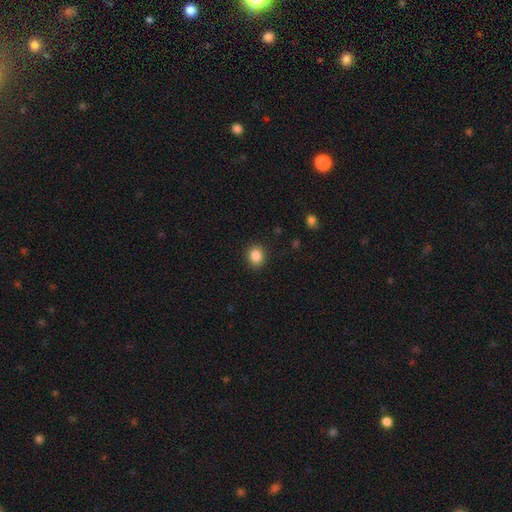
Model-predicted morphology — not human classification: A smooth galaxy with no disk features (86%) that is round (66%).

Vote fractions:
- Smooth or featured? smooth: 86% / star or artifact: 10% / featured or disk: 4%
- How rounded? round: 66% / in between: 33% / cigar-shaped: 1%
- Merging? none: 89% / minor disturbance: 7% / major disturbance: 2% / merger: 1%